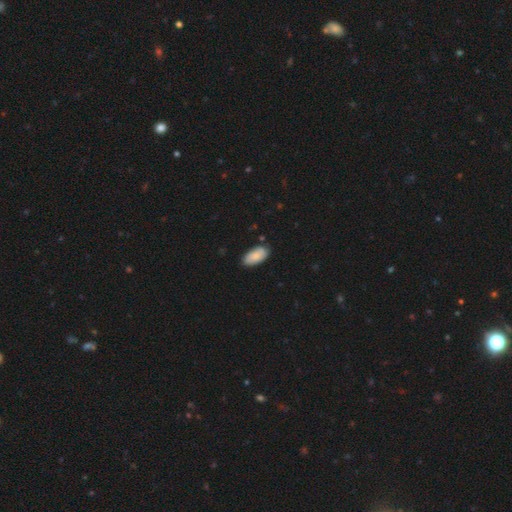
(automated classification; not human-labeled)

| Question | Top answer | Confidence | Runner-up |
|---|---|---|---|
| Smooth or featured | smooth | 85% | featured or disk (9%) |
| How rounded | in between | 94% | cigar-shaped (4%) |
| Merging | none | 82% | minor disturbance (14%) |